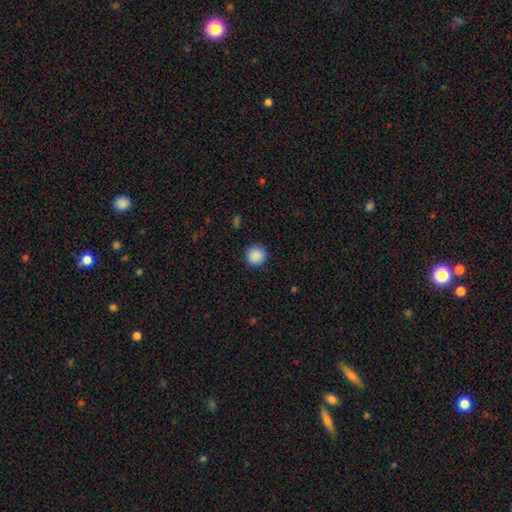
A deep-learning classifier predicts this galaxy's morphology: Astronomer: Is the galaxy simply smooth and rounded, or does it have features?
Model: smooth — 89%.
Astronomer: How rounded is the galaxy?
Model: round — 95%.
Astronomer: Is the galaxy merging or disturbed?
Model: none — 91%.